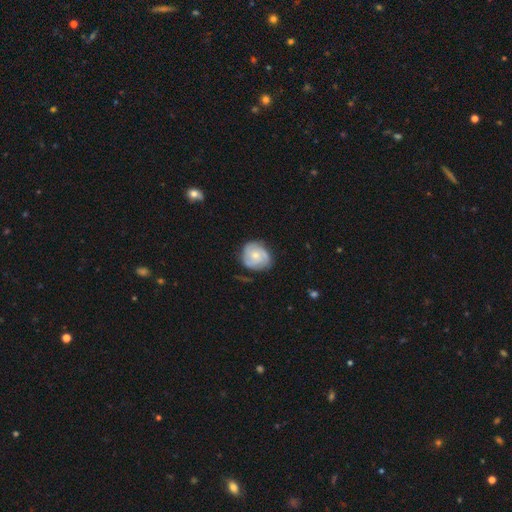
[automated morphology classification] This is likely a featured or disk galaxy (63%). It is clearly not viewed edge-on (98%). Bar: likely no (78%). Spiral arm pattern: clearly yes (88%). Spiral arm count: marginally 3 (35%). Spiral winding: possibly tight (58%). Central bulge: possibly small (51%). Merging: likely none (68%).